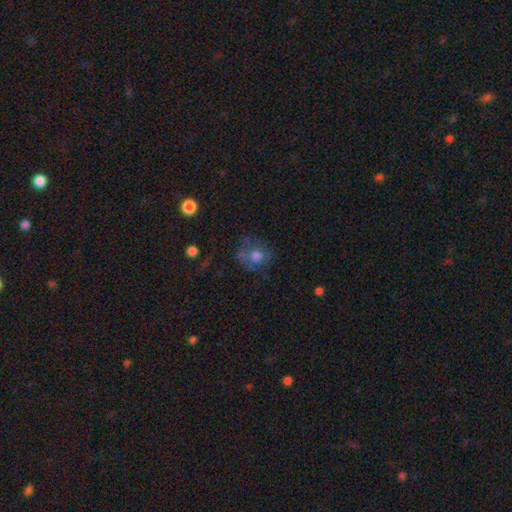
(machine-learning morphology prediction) A smooth galaxy with no disk features (62%) that is round (76%). Merging: none (53%).